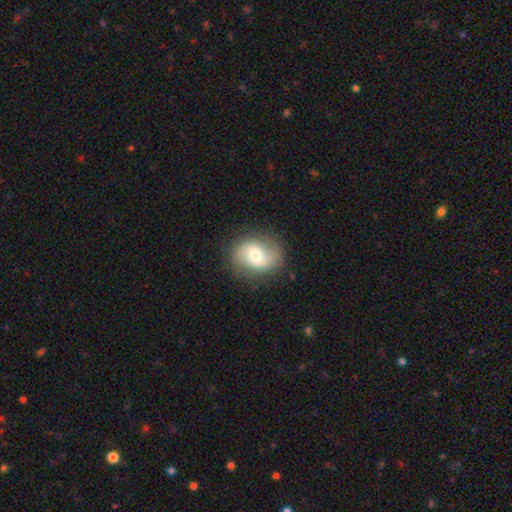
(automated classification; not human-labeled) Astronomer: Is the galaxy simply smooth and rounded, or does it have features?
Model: featured or disk — 53% (runner-up: smooth, 39%).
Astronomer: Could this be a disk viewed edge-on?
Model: no — 96%.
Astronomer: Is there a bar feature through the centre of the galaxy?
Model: weak — 43% (runner-up: no, 37%).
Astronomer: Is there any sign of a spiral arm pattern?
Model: yes — 79%.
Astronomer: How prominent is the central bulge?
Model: moderate — 60%.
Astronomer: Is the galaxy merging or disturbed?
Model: none — 82%.